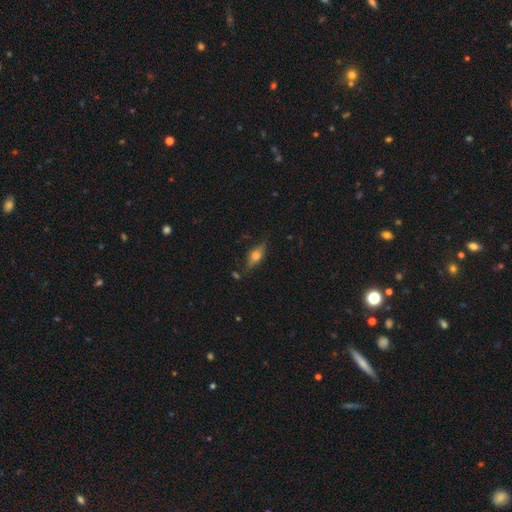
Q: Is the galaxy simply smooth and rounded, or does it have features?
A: featured or disk — 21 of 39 (54%).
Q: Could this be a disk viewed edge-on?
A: yes — 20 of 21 (95%).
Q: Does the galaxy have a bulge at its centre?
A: rounded — 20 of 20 (100%).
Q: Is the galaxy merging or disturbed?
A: none — 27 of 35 (77%).